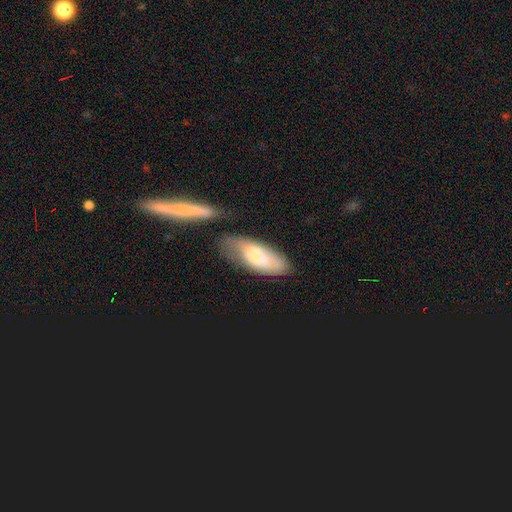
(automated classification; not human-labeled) Smooth or featured: smooth — 67% (featured or disk — 26%)
How rounded: in between — 78% (cigar-shaped — 19%)
Merging: none — 53% (minor disturbance — 26%)